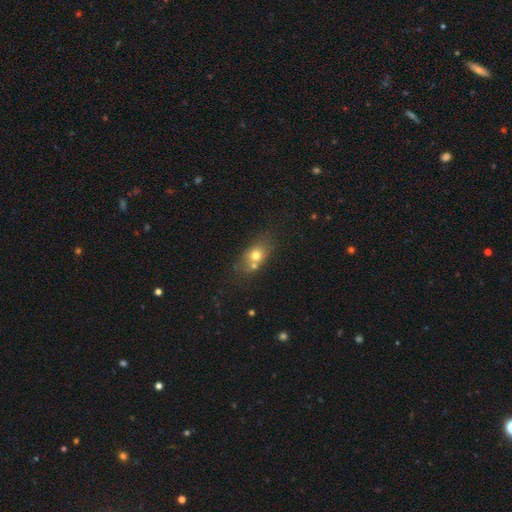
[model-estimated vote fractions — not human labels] Smooth or featured? smooth (65%)
How rounded? in between (55%)
Merging? none (51%)